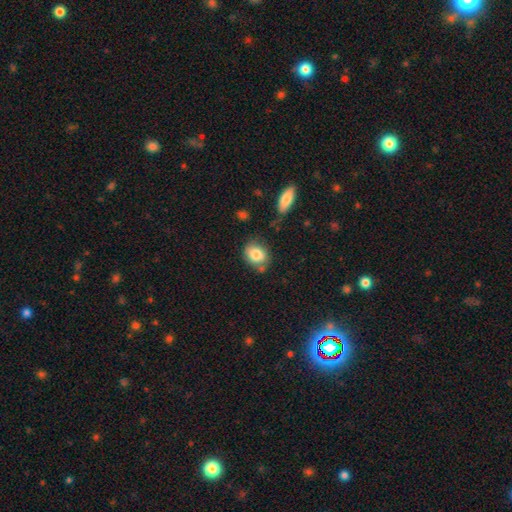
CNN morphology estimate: Smooth or featured? smooth (82%)
How rounded? round (55%)
Merging? none (65%)